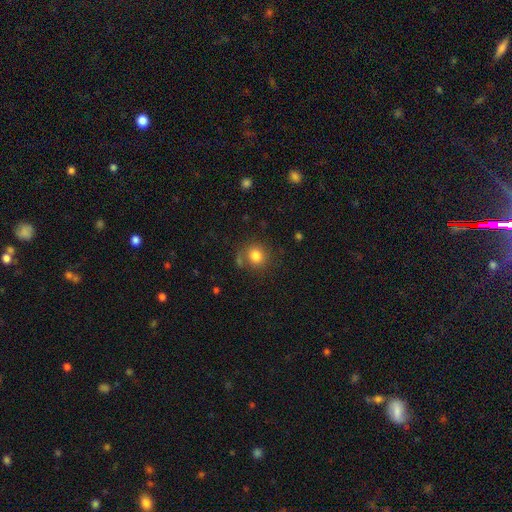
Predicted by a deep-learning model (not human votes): Smooth or featured? Predicted: smooth (p=0.81). How rounded? Predicted: round (p=0.85). Merging? Predicted: none (p=0.73).